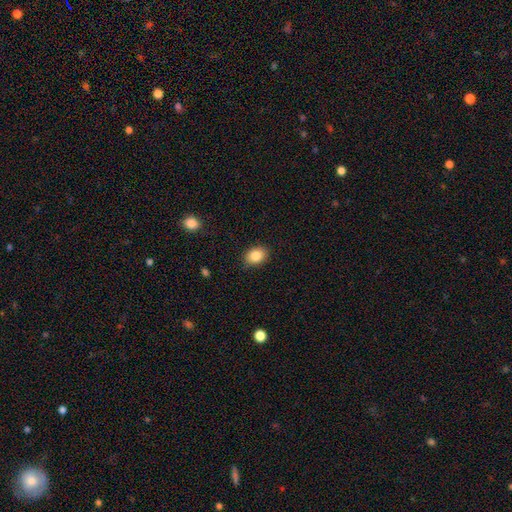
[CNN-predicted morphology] type=smooth (86%); roundness=in between (70%); merging=none (87%).